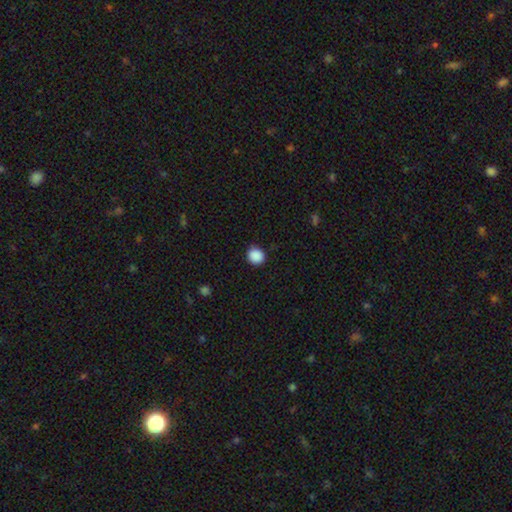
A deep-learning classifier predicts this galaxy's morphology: This appears to be a smooth galaxy with no disk features (89%) that is round (85%). Merging: none (87%).